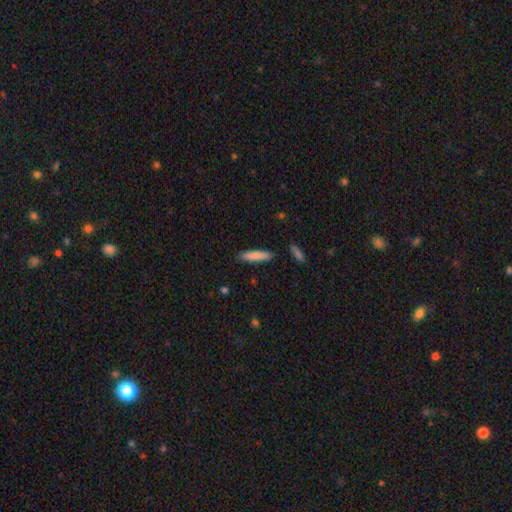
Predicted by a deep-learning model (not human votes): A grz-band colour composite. It shows a smooth galaxy with no disk features (83%) that is cigar-shaped (81%). Merging: none (87%).